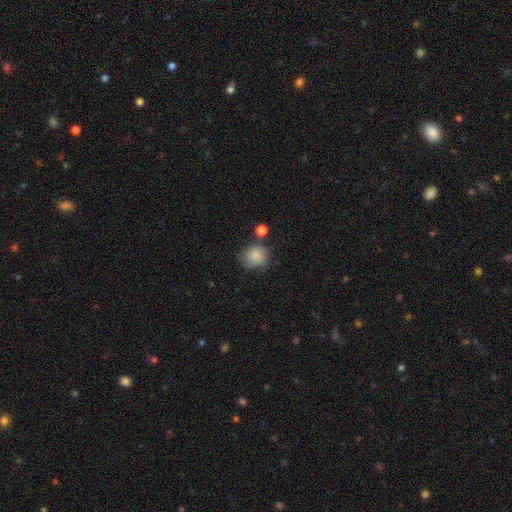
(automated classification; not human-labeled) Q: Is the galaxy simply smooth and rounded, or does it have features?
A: smooth — 73%.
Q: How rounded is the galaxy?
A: round — 77%.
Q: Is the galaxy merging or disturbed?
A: none — 58%.